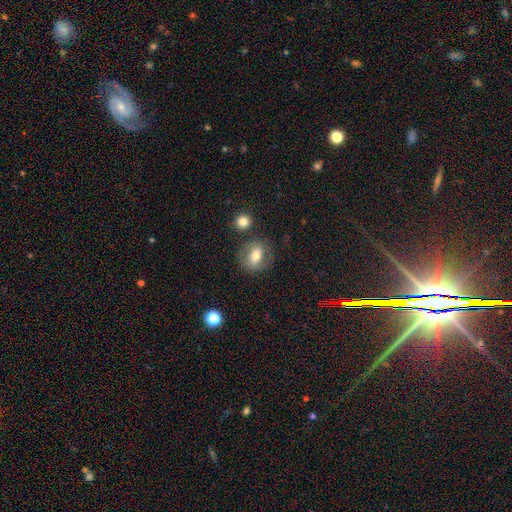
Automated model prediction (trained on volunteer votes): Smooth or featured: smooth — 56% (featured or disk — 35%)
How rounded: round — 50% (in between — 48%)
Merging: none — 74% (minor disturbance — 15%)